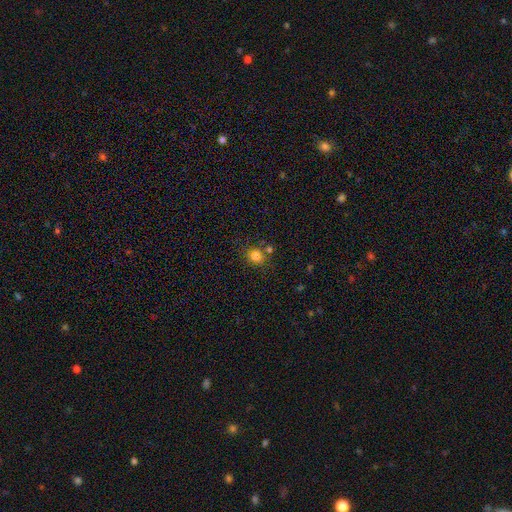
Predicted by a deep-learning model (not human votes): The model was most divided on "how rounded": round: 77%, in between: 22%, cigar-shaped: 1%. More confident: smooth or featured — smooth (80%); merging — none (73%).